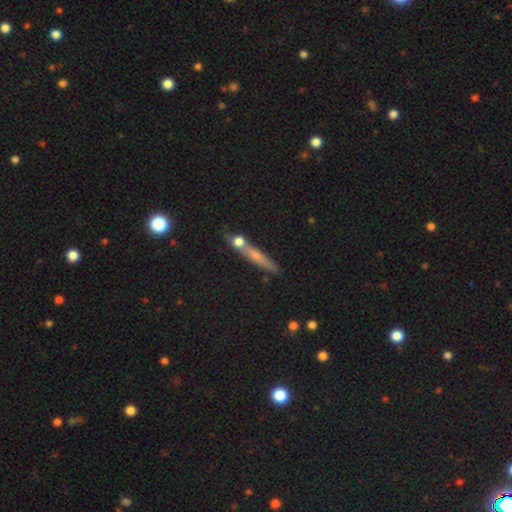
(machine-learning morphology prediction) smooth 47%, featured or disk 40%, star or artifact 13%. Down the decision tree: merging — none (66%).